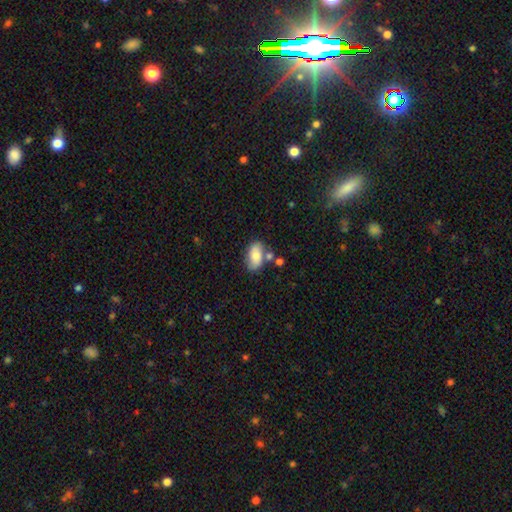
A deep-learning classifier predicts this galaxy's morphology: Smooth or featured? Predicted: smooth (p=0.76). How rounded? Predicted: in between (p=0.91). Merging? Predicted: none (p=0.59).